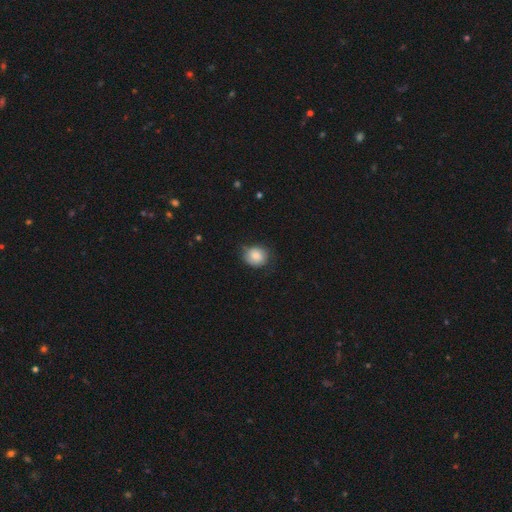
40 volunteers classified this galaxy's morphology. Overall: smooth (82%). How rounded: round (70%; in between 30%). Merging: none (78%).